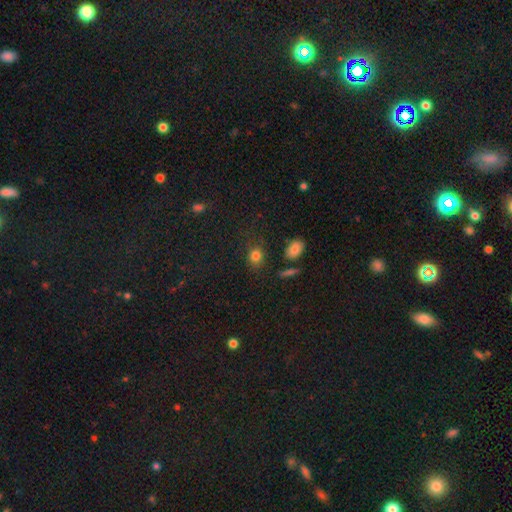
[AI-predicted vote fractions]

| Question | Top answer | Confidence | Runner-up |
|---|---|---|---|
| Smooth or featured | smooth | 81% | star or artifact (12%) |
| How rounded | round | 63% | in between (35%) |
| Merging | none | 78% | minor disturbance (13%) |